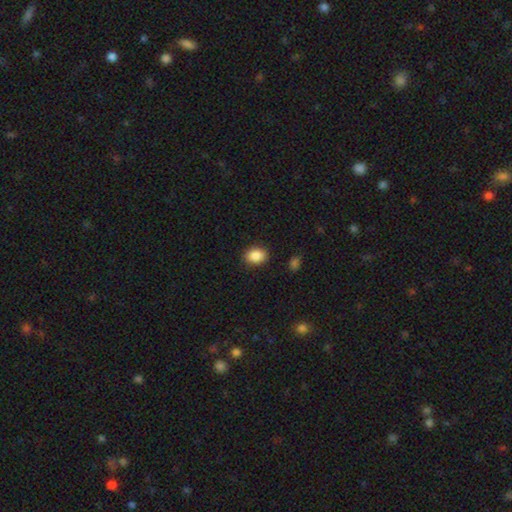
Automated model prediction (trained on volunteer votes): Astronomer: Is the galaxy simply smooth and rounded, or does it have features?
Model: smooth — 88%.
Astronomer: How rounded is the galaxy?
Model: in between — 65%.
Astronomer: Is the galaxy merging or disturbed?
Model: none — 88%.